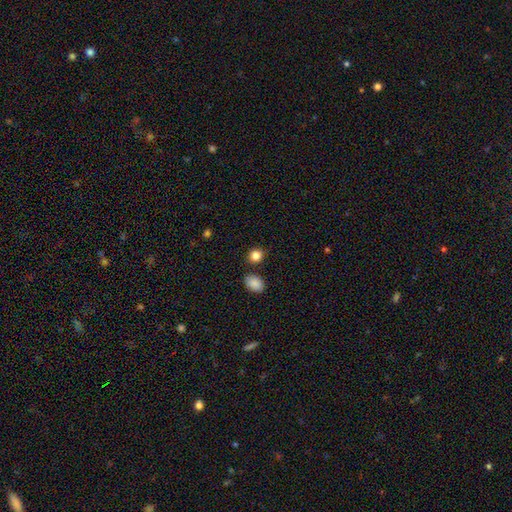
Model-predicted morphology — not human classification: smooth_or_featured: smooth (p=0.86) [alt: star or artifact p=0.10]
how_rounded: round (p=0.70) [alt: in between p=0.29]
merging: none (p=0.81) [alt: minor disturbance p=0.09]